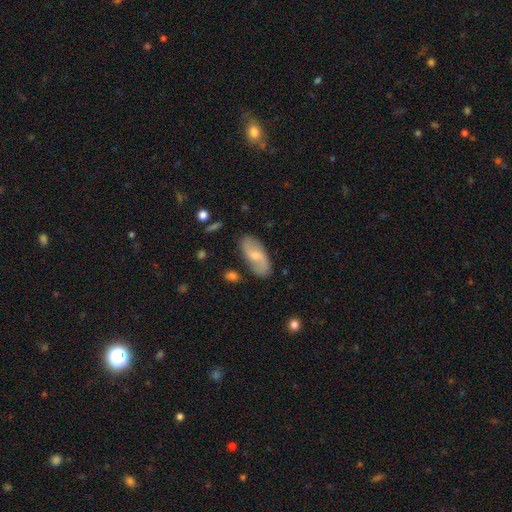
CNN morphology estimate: Smooth or featured? Predicted: featured or disk (p=0.53). Edge-on disk? Predicted: no (p=0.93). Merging? Predicted: none (p=0.79).